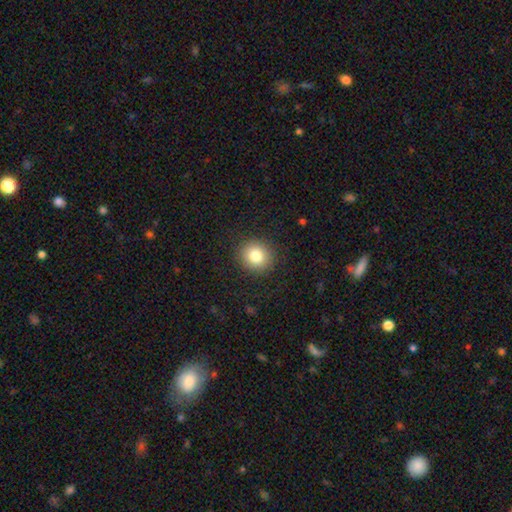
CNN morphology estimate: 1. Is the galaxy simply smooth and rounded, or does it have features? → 82% smooth, 10% star or artifact, 8% featured or disk.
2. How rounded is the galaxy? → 89% round, 11% in between, 1% cigar-shaped.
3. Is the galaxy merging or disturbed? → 90% none, 7% minor disturbance, 3% major disturbance, 1% merger.